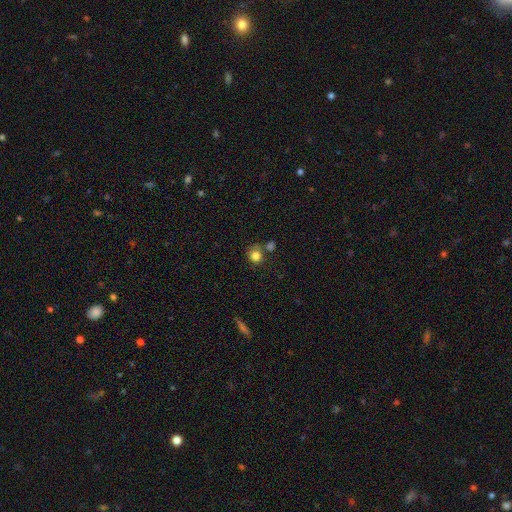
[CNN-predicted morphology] Smooth or featured: smooth — 82% (star or artifact — 11%)
How rounded: round — 83% (in between — 16%)
Merging: none — 61% (merger — 19%)